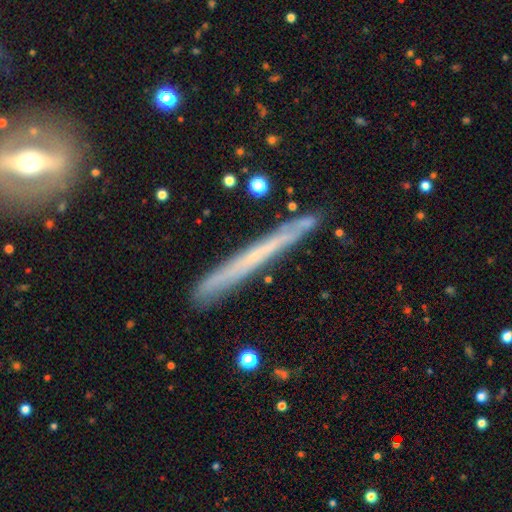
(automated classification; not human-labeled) Smooth or featured? featured or disk (58%)
Edge-on disk? yes (95%)
Edge-on bulge? none (87%)
Merging? none (87%)